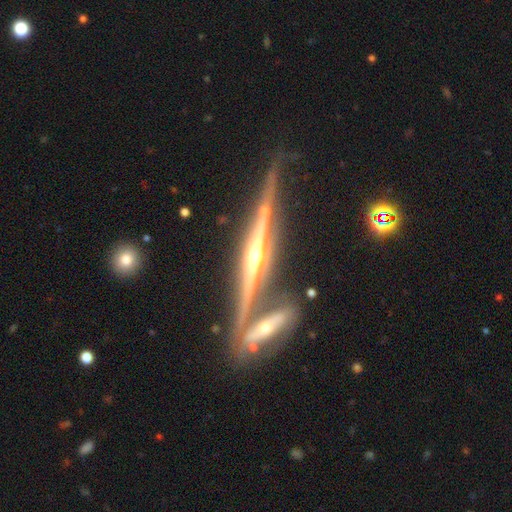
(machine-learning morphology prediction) Overall: featured or disk (88%). Edge-on disk: yes (97%). Edge-on bulge: rounded (86%). Merging: none (64%).